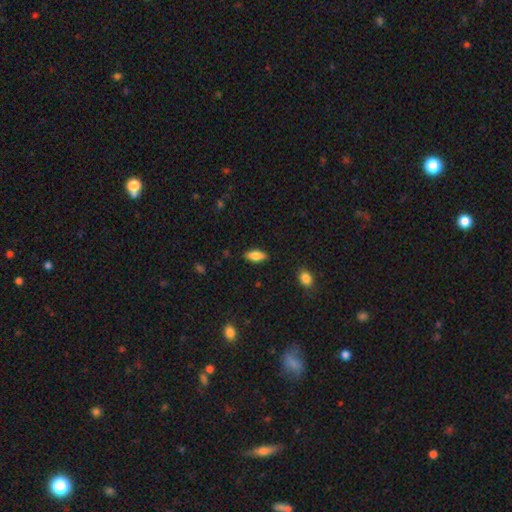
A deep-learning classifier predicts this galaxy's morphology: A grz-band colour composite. It shows a smooth galaxy with no disk features (78%) that is in between round and cigar-shaped (81%). Merging: none (86%).